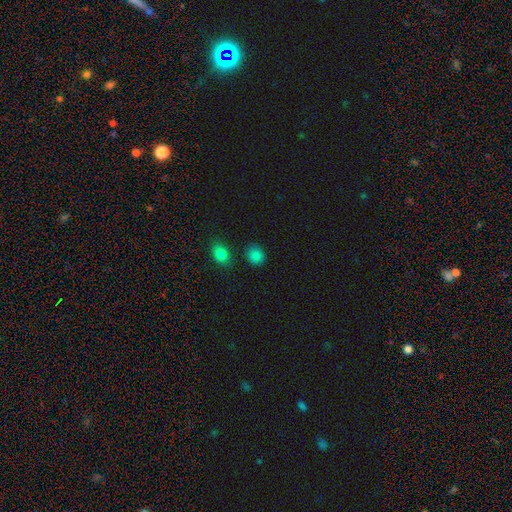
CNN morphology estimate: smooth-or-featured: smooth: 84% | star or artifact: 12% | featured or disk: 4%
  how-rounded: round: 68% | in between: 31% | cigar-shaped: 1%
  merging: none: 81% | minor disturbance: 10% | merger: 6% | major disturbance: 3%